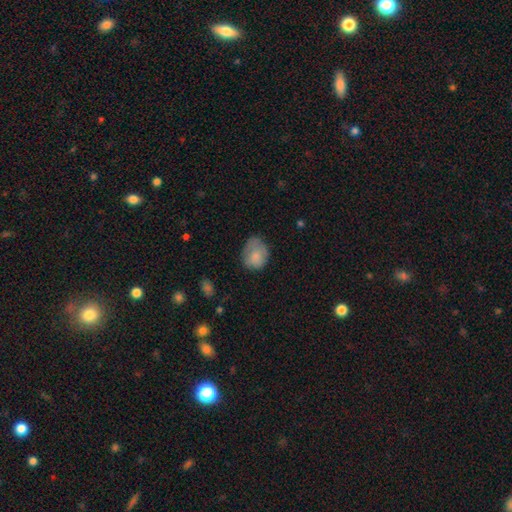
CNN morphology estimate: A smooth galaxy with no disk features (78%) that is in between round and cigar-shaped (50%). Merging: none (53%).